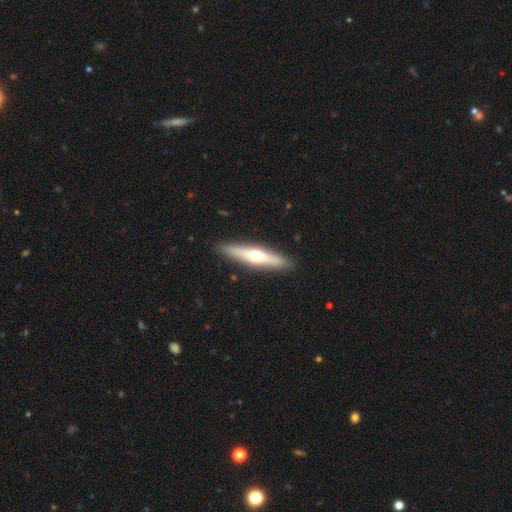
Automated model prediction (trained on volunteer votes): Morphology: type=featured or disk (50%); merging=none (90%).